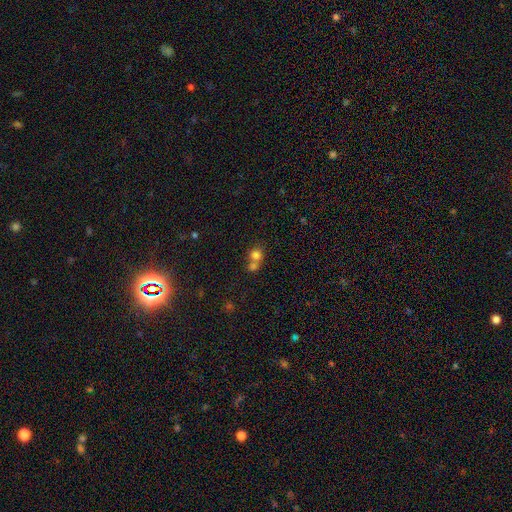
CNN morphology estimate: Smooth or featured? smooth (77%)
How rounded? round (83%)
Merging? merger (53%)